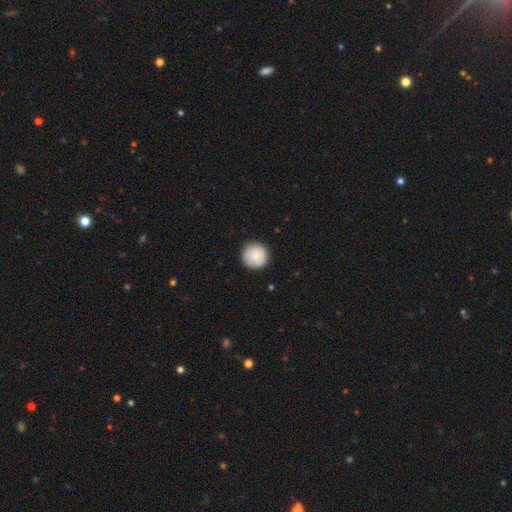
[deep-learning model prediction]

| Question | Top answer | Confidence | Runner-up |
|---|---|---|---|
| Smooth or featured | smooth | 83% | featured or disk (11%) |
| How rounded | round | 96% | in between (3%) |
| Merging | none | 90% | minor disturbance (8%) |